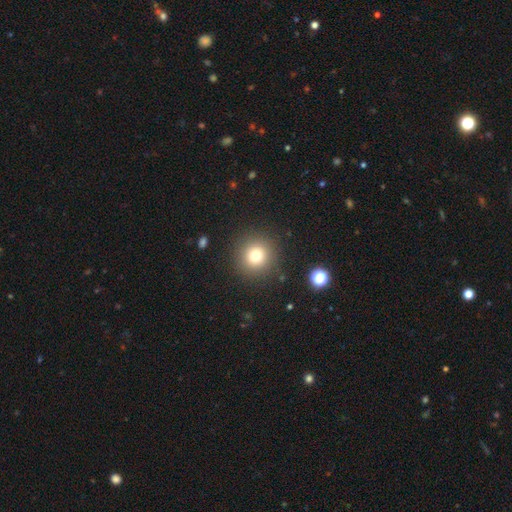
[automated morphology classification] Overall: smooth (76%). How rounded: round (95%). Merging: none (90%).